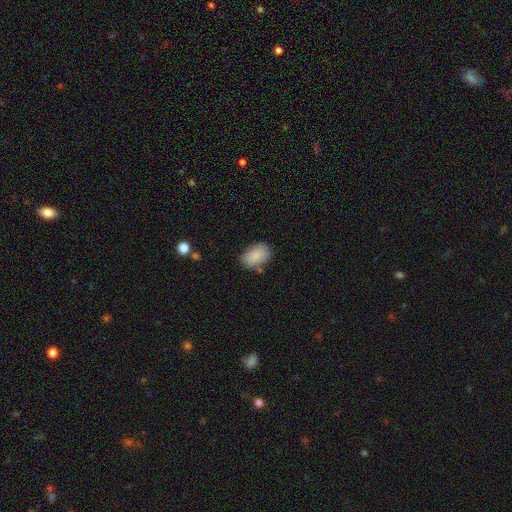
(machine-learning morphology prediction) The model was most divided on "merging": none: 76%, minor disturbance: 16%, merger: 4%, major disturbance: 4%. More confident: how rounded — in between (91%); smooth or featured — smooth (87%).